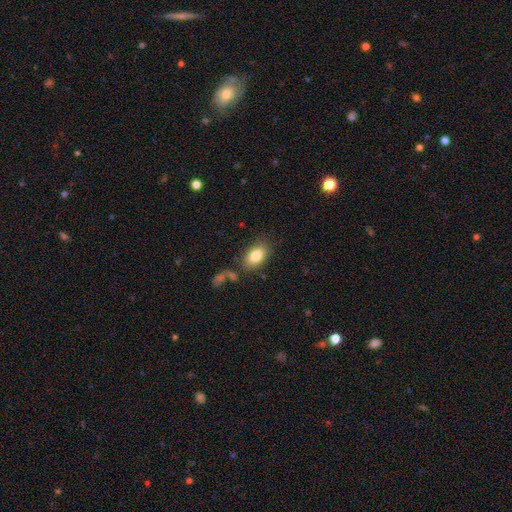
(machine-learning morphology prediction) A smooth galaxy with no disk features (83%) that is in between round and cigar-shaped (91%).

Vote fractions:
- Smooth or featured? smooth: 83% / featured or disk: 10% / star or artifact: 7%
- How rounded? in between: 91% / round: 7% / cigar-shaped: 2%
- Merging? none: 77% / minor disturbance: 14% / merger: 5% / major disturbance: 5%